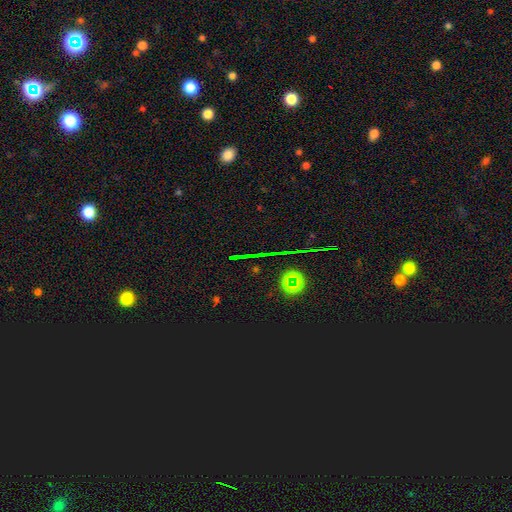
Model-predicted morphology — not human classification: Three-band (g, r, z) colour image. It shows a star or artifact, not a galaxy (78%).